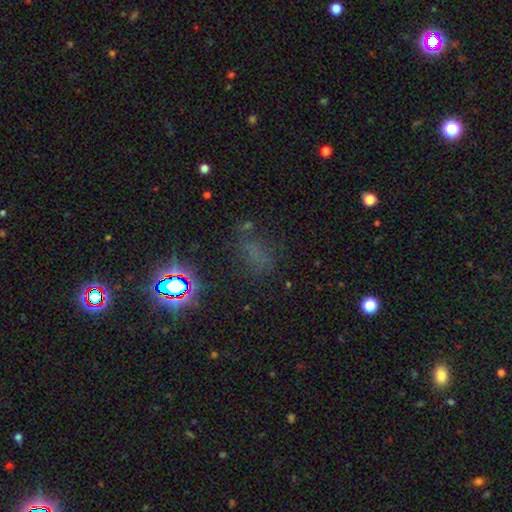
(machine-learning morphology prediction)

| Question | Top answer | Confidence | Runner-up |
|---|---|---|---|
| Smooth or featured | star or artifact | 53% | smooth (35%) |